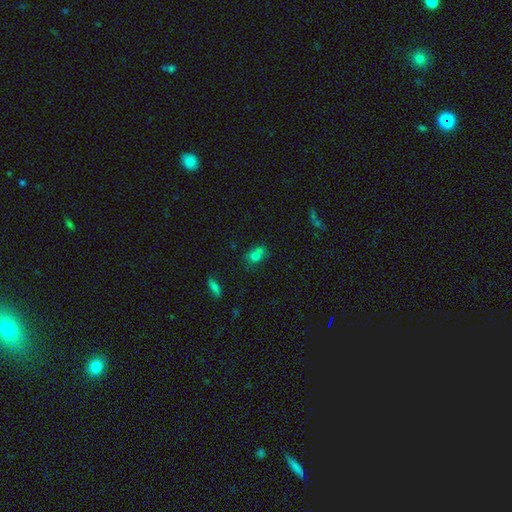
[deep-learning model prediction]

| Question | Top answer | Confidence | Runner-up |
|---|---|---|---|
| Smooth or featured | smooth | 74% | star or artifact (14%) |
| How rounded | in between | 71% | round (26%) |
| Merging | none | 47% | minor disturbance (27%) |